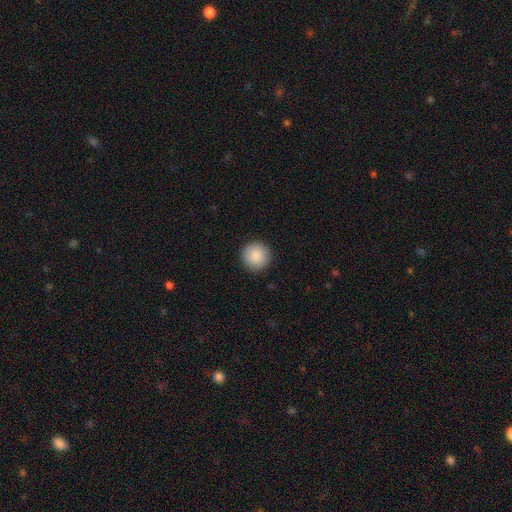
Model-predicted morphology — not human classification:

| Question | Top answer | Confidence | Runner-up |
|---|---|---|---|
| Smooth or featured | smooth | 89% | star or artifact (7%) |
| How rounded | round | 96% | in between (3%) |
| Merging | none | 92% | minor disturbance (5%) |